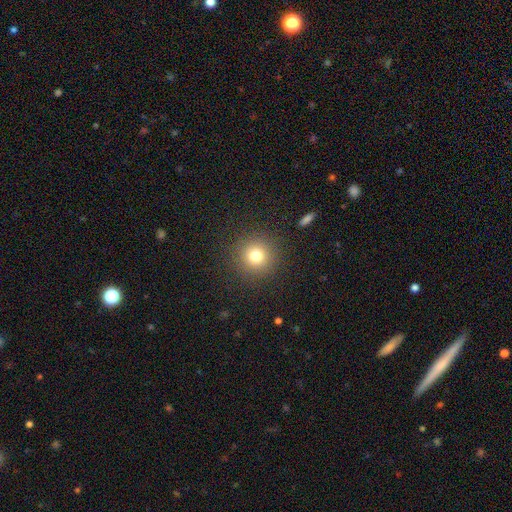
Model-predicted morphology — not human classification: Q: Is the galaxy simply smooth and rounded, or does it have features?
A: smooth — 76%.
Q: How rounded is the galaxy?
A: round — 95%.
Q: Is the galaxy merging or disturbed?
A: none — 90%.